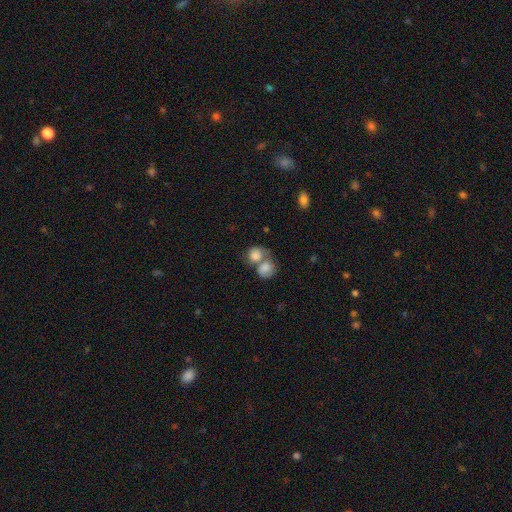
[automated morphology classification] smooth-or-featured: smooth: 81% | featured or disk: 12% | star or artifact: 7%
  how-rounded: round: 72% | in between: 27% | cigar-shaped: 1%
  merging: merger: 65% | none: 23% | minor disturbance: 8% | major disturbance: 5%